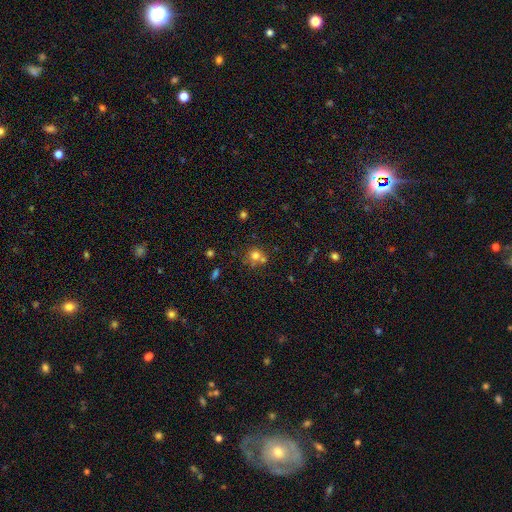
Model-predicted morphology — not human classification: The model was most divided on "merging": none: 50%, merger: 36%, minor disturbance: 10%, major disturbance: 4%. More confident: how rounded — round (85%); smooth or featured — smooth (70%).